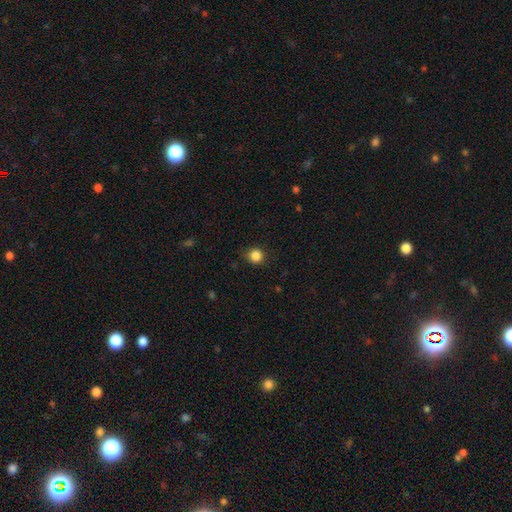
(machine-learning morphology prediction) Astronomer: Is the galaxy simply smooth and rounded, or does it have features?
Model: smooth — 85%.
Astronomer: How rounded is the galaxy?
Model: round — 89%.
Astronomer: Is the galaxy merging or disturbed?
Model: none — 84%.